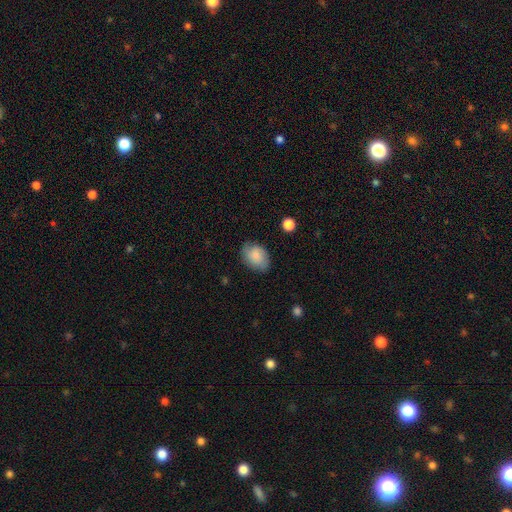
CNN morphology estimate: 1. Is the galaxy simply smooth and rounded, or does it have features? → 78% smooth, 15% featured or disk, 7% star or artifact.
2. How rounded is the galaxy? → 75% in between, 24% round, 1% cigar-shaped.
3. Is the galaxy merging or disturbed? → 74% none, 20% minor disturbance, 5% major disturbance, 1% merger.